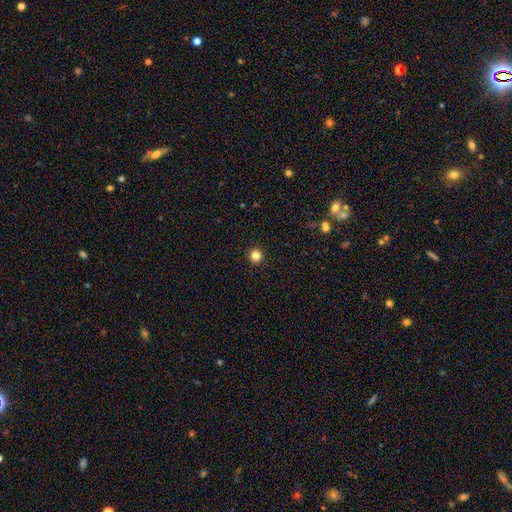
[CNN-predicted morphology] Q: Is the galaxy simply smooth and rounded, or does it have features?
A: smooth — 83%.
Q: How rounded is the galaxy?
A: round — 96%.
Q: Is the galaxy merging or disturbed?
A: none — 94%.